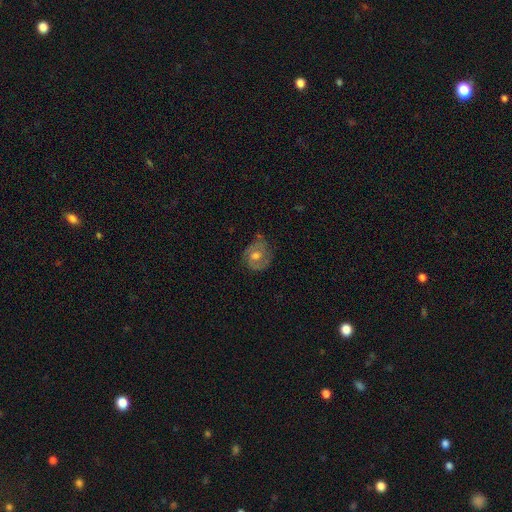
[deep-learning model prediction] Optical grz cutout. It shows a featured or disk galaxy (70%) with no bar (58%), 2 (68%) tight (45%) spiral arms (86%) and a moderate central bulge (69%). Merging: none (68%).